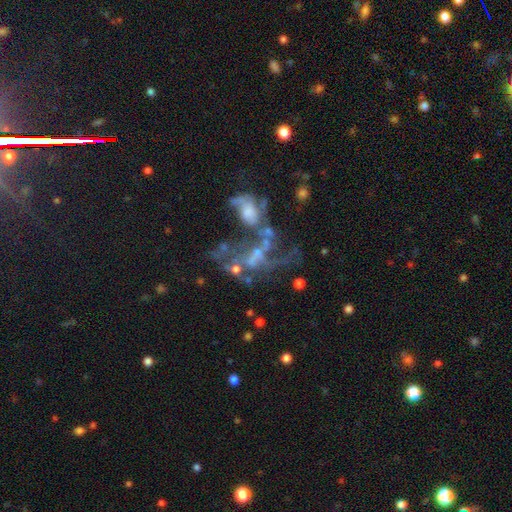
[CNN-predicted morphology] This appears to be a featured or disk galaxy (65%) with no bar (71%), no spiral arms (56%) and no central bulge (43%). Merging: merger (39%).